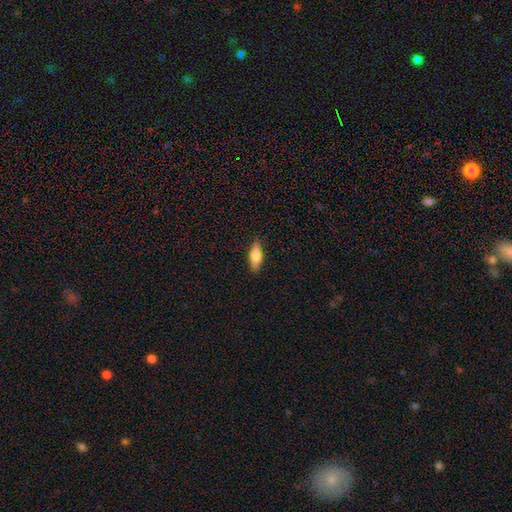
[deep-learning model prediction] A smooth galaxy with no disk features (71%) that is in between round and cigar-shaped (69%).

Vote fractions:
- Smooth or featured? smooth: 71% / featured or disk: 22% / star or artifact: 7%
- How rounded? in between: 69% / cigar-shaped: 28% / round: 3%
- Merging? none: 88% / minor disturbance: 9% / major disturbance: 2% / merger: 1%